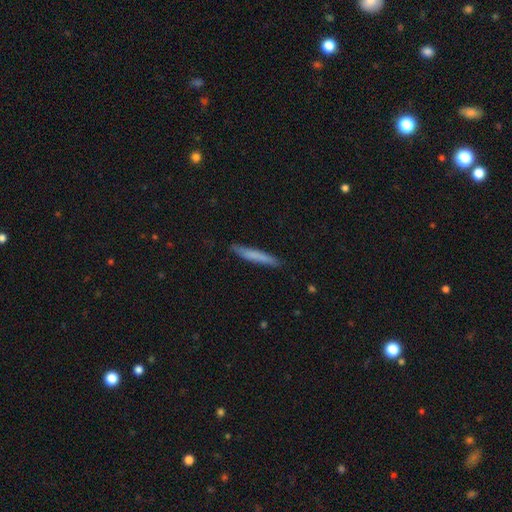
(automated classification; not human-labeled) Smooth or featured? Predicted: smooth (p=0.70). How rounded? Predicted: cigar-shaped (p=0.95). Merging? Predicted: none (p=0.86).